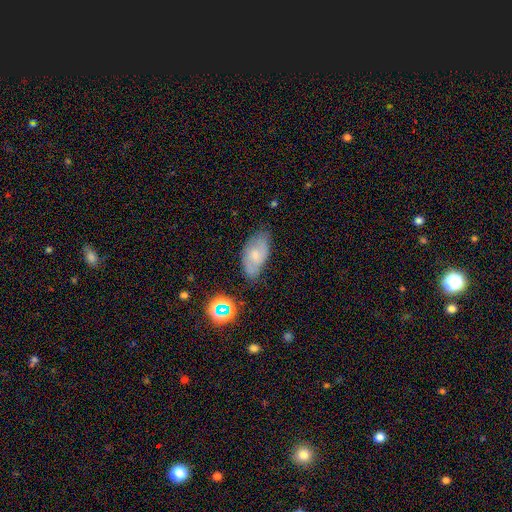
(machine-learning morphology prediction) A smooth galaxy with no disk features (47%).

Vote fractions:
- Smooth or featured? smooth: 47% / featured or disk: 42% / star or artifact: 10%
- Merging? none: 67% / minor disturbance: 24% / major disturbance: 6% / merger: 3%